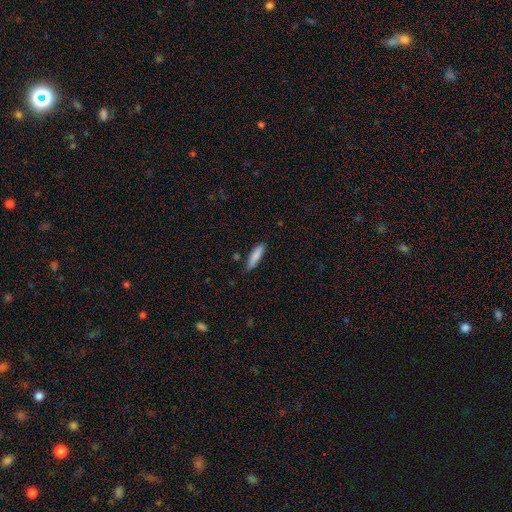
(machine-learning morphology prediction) This is clearly a smooth galaxy (84%). How rounded: likely cigar-shaped (69%). Merging: clearly none (85%).